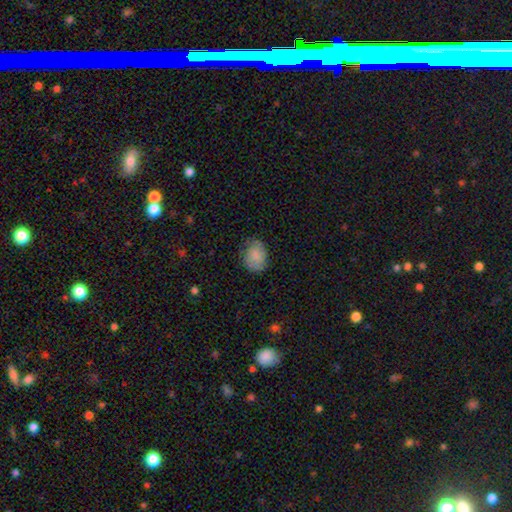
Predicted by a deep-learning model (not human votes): smooth 63%, featured or disk 29%, star or artifact 8%. Down the decision tree: how rounded — in between (59%); merging — none (69%).